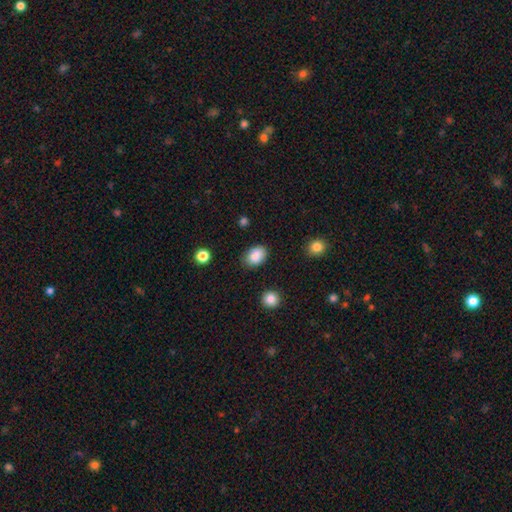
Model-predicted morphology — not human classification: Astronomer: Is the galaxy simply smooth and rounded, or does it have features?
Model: smooth — 88%.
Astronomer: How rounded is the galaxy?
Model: in between — 77%.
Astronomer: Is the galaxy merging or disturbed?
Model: none — 81%.